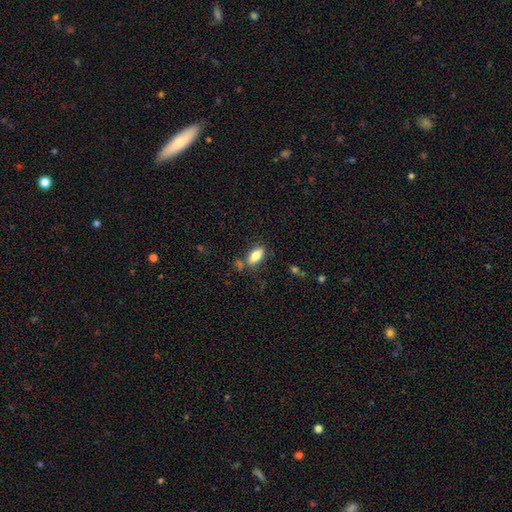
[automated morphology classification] Smooth or featured? smooth (78%)
How rounded? in between (84%)
Merging? none (71%)